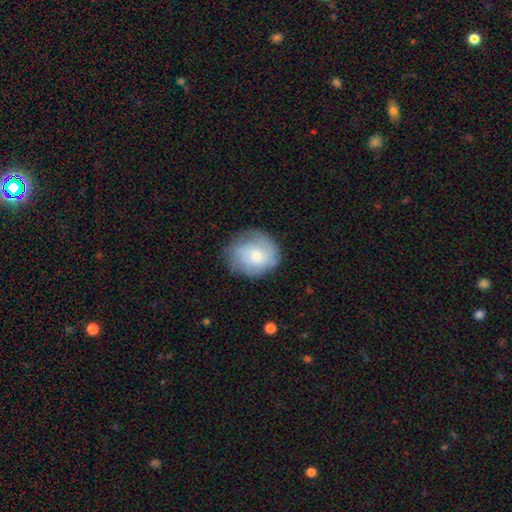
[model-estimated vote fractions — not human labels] Smooth or featured: smooth — 57% (featured or disk — 36%)
How rounded: round — 71% (in between — 28%)
Merging: none — 67% (minor disturbance — 23%)